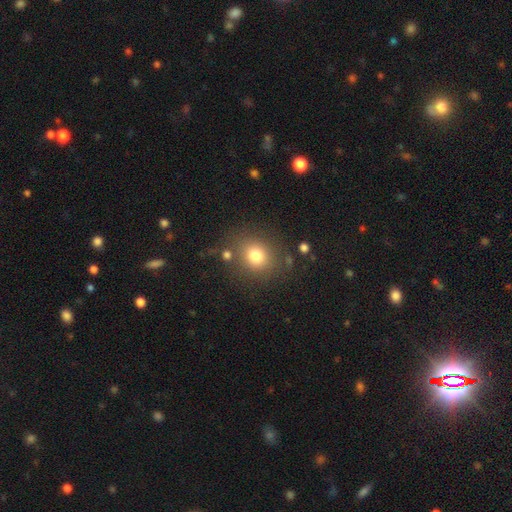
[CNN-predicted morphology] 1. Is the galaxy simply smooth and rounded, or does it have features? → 78% smooth, 13% star or artifact, 9% featured or disk.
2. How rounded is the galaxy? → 78% round, 21% in between, 1% cigar-shaped.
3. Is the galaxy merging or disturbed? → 79% none, 11% minor disturbance, 6% merger, 5% major disturbance.